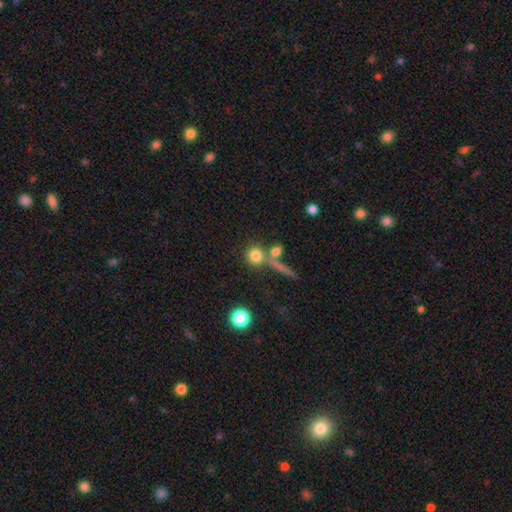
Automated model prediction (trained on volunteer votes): smooth-or-featured: smooth: 78% | star or artifact: 12% | featured or disk: 10%
  how-rounded: round: 87% | in between: 9% | cigar-shaped: 4%
  merging: none: 63% | merger: 24% | minor disturbance: 8% | major disturbance: 5%